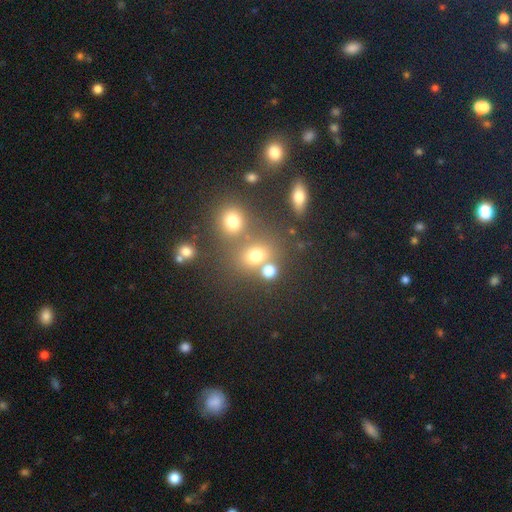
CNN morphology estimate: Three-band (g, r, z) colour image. It shows a smooth galaxy with no disk features (71%) that is round (66%). Merging: none (59%).